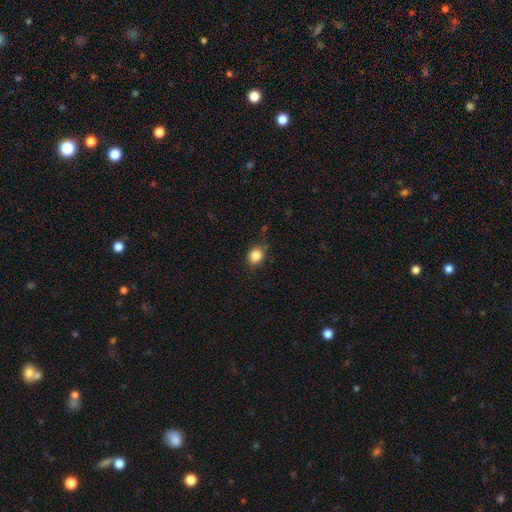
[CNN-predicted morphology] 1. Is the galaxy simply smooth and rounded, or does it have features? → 85% smooth, 10% star or artifact, 5% featured or disk.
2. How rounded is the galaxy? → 56% round, 42% in between, 1% cigar-shaped.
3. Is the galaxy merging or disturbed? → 81% none, 15% minor disturbance, 3% major disturbance, 2% merger.